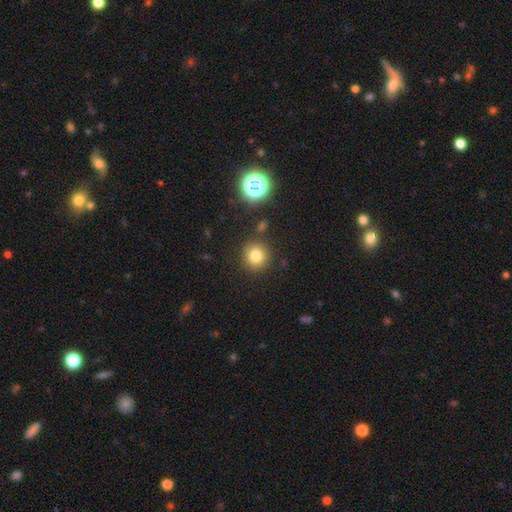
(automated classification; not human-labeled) The model was most divided on "smooth or featured": smooth: 77%, star or artifact: 15%, featured or disk: 8%. More confident: how rounded — round (90%); merging — none (85%).